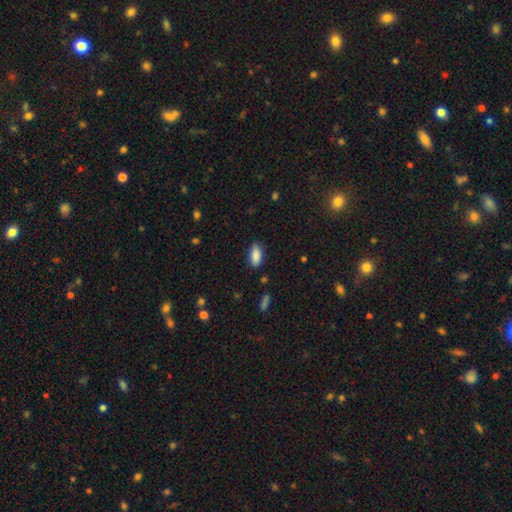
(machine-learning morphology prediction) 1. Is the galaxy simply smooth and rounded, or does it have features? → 88% smooth, 7% star or artifact, 5% featured or disk.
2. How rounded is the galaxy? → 90% in between, 7% cigar-shaped, 3% round.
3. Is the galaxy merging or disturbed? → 85% none, 11% minor disturbance, 3% major disturbance, 1% merger.